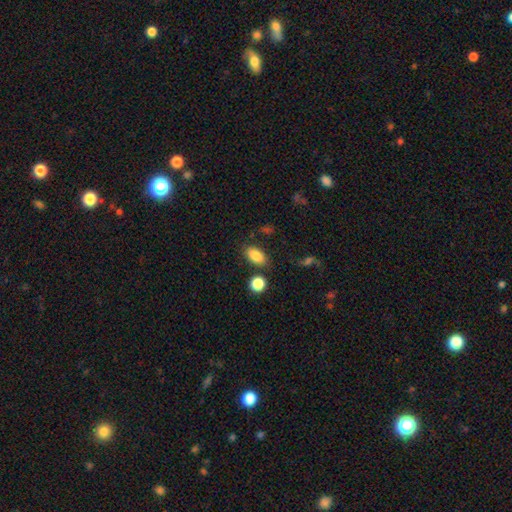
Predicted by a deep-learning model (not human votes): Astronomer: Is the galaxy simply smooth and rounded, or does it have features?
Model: smooth — 84%.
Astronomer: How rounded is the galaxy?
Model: in between — 89%.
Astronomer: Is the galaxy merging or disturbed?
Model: none — 78%.